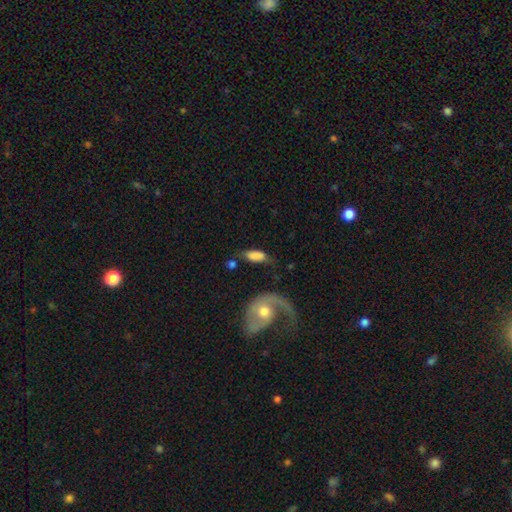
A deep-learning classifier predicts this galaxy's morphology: Smooth or featured? smooth (73%)
How rounded? in between (84%)
Merging? none (46%)